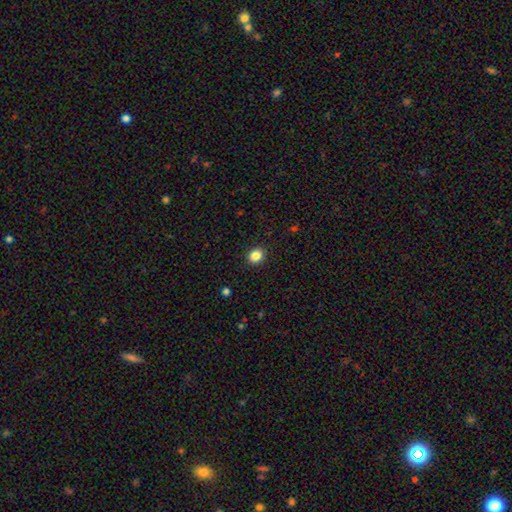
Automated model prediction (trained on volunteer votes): The model was most divided on "how rounded": round: 69%, in between: 30%, cigar-shaped: 1%. More confident: merging — none (91%); smooth or featured — smooth (85%).